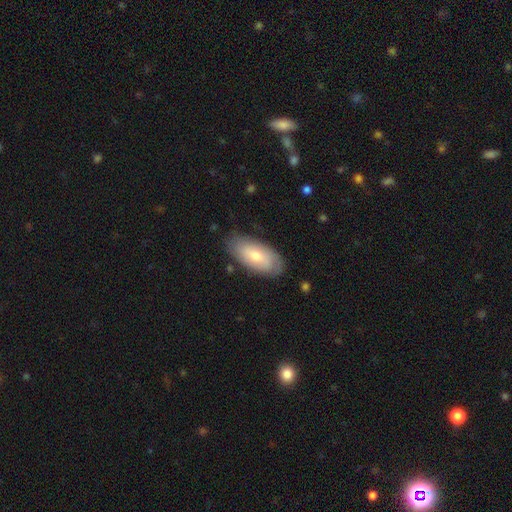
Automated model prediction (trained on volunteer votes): Smooth or featured? Predicted: smooth (p=0.55). How rounded? Predicted: in between (p=0.91). Merging? Predicted: none (p=0.80).